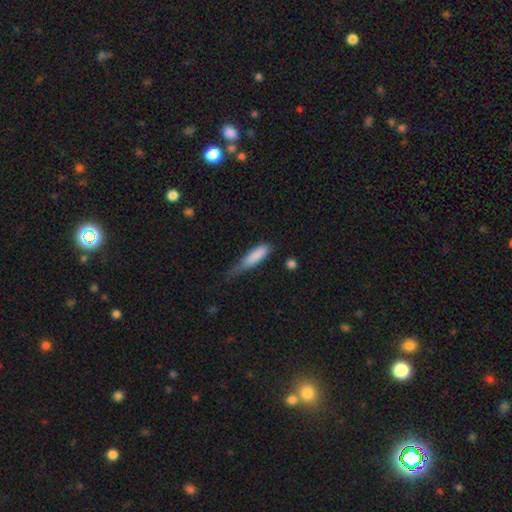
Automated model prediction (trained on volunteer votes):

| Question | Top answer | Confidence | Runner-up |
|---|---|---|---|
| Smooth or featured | smooth | 82% | featured or disk (11%) |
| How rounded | cigar-shaped | 66% | in between (31%) |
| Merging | minor disturbance | 45% | none (30%) |